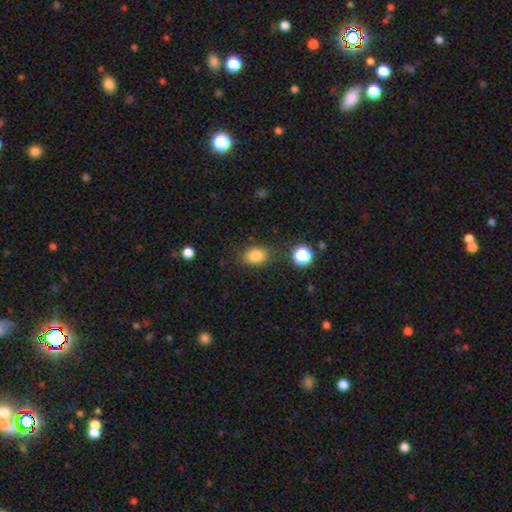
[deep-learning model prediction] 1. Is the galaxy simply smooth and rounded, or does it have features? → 83% smooth, 12% star or artifact, 5% featured or disk.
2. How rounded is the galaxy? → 72% in between, 27% round, 1% cigar-shaped.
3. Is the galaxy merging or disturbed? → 80% none, 12% minor disturbance, 4% major disturbance, 3% merger.